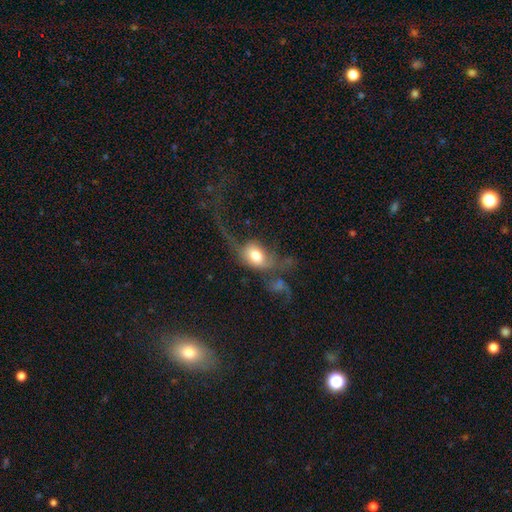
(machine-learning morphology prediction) type=smooth (58%); roundness=in between (70%); merging=major disturbance (46%).